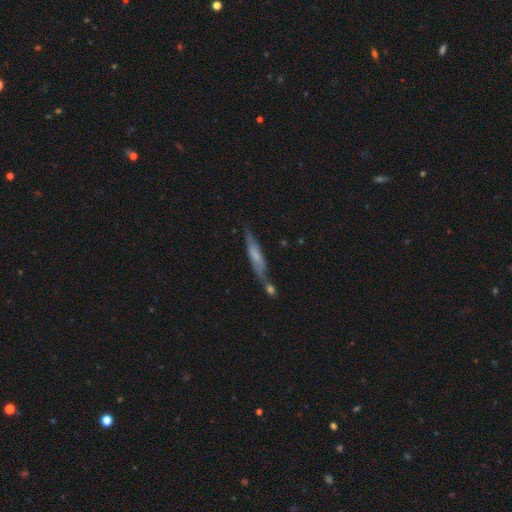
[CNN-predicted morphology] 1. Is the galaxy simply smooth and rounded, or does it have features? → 51% featured or disk, 42% smooth, 7% star or artifact.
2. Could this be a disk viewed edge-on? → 74% yes, 26% no.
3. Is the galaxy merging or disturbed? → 46% none, 27% merger, 19% minor disturbance, 8% major disturbance.